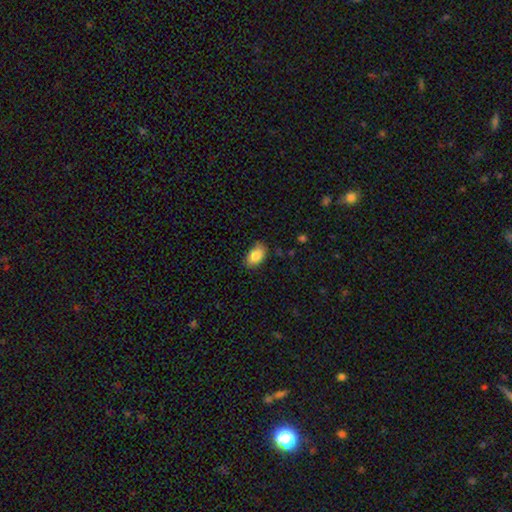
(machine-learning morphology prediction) smooth_or_featured: smooth (p=0.86) [alt: star or artifact p=0.07]
how_rounded: in between (p=0.90) [alt: round p=0.09]
merging: none (p=0.75) [alt: minor disturbance p=0.20]